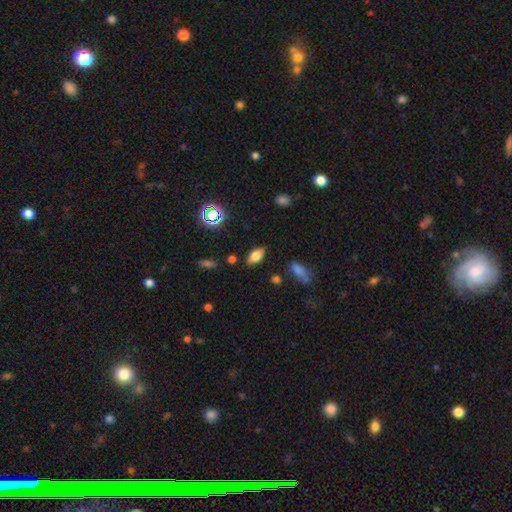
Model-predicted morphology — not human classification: A smooth galaxy with no disk features (71%) that is in between round and cigar-shaped (85%). Merging: none (84%).